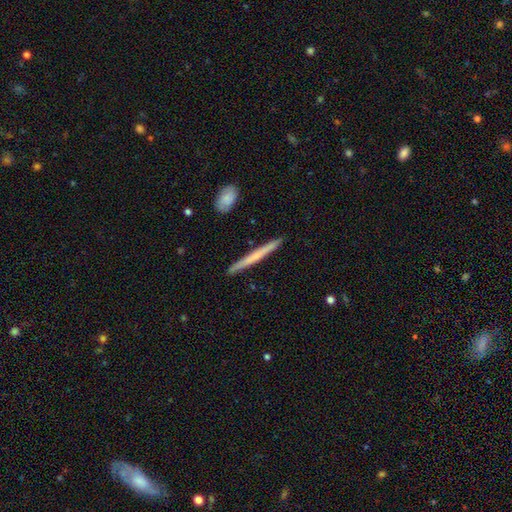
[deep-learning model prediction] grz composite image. It shows a smooth galaxy with no disk features (51%) that is cigar-shaped (97%). Merging: none (91%).